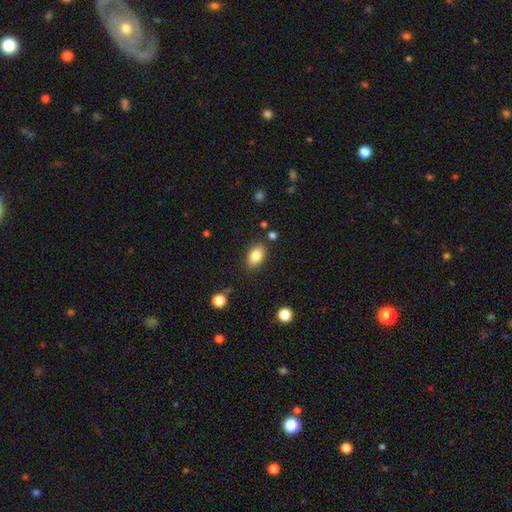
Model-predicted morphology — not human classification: Smooth or featured: smooth — 82% (featured or disk — 10%)
How rounded: in between — 88% (round — 10%)
Merging: none — 84% (minor disturbance — 11%)